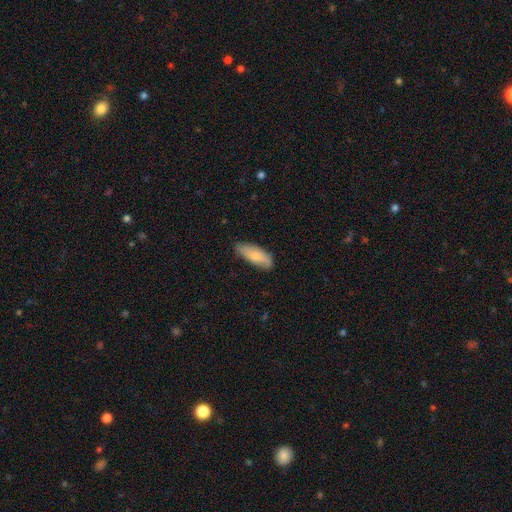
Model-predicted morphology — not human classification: smooth 74%, featured or disk 21%, star or artifact 6%. Down the decision tree: how rounded — in between (75%); merging — none (76%).